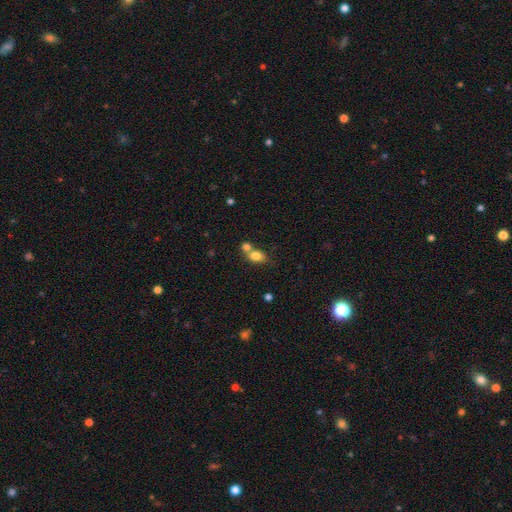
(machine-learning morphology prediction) smooth-or-featured: smooth: 78% | featured or disk: 12% | star or artifact: 10%
  how-rounded: in between: 68% | round: 30% | cigar-shaped: 3%
  merging: merger: 52% | none: 35% | minor disturbance: 10% | major disturbance: 4%